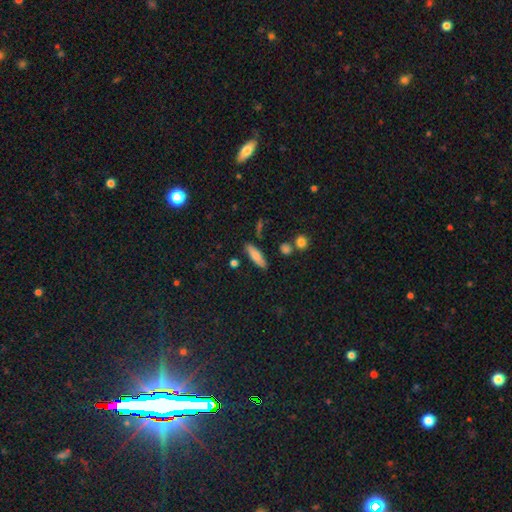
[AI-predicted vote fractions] Smooth or featured? smooth (78%)
How rounded? cigar-shaped (55%)
Merging? none (82%)